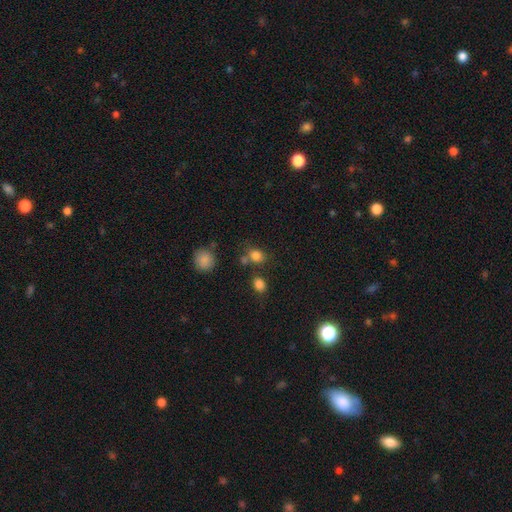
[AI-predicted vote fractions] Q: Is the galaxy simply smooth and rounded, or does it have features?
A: smooth — 80%.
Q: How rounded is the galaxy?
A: round — 56%.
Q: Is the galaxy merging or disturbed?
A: none — 63%.